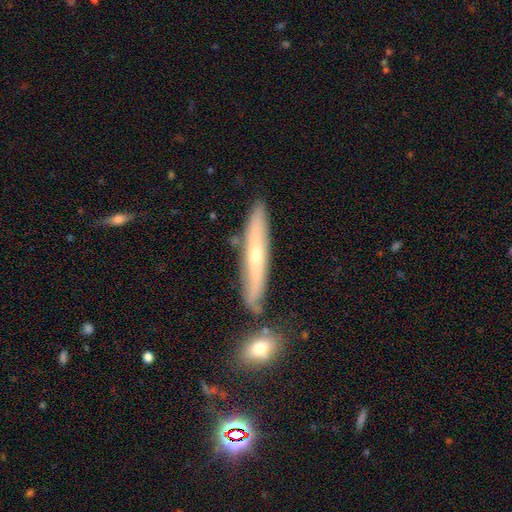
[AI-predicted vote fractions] Smooth or featured? Predicted: featured or disk (p=0.57). Edge-on disk? Predicted: yes (p=0.78). Merging? Predicted: none (p=0.81).